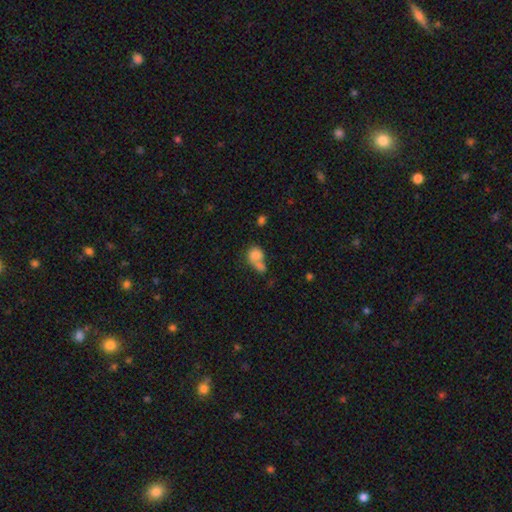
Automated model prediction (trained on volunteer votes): A smooth galaxy with no disk features (76%) that is in between round and cigar-shaped (50%). Merging: merger (56%).